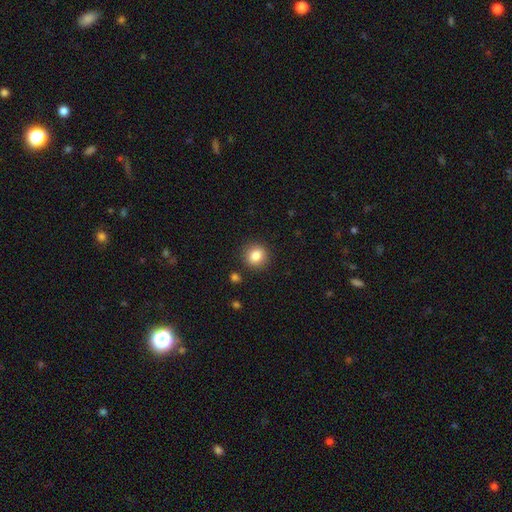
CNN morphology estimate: The model was most divided on "how rounded": round: 85%, in between: 14%, cigar-shaped: 1%. More confident: merging — none (89%); smooth or featured — smooth (84%).